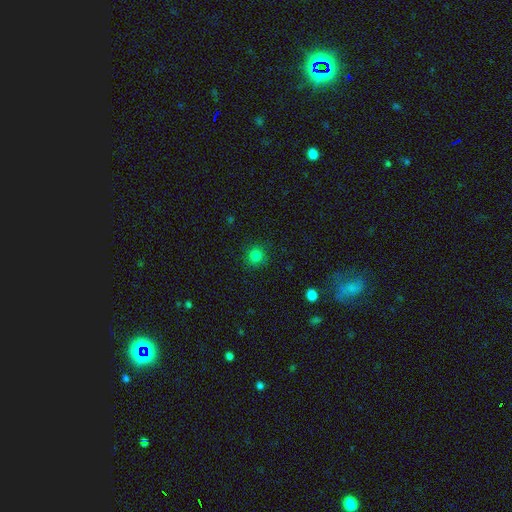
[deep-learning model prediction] smooth-or-featured: smooth: 82% | star or artifact: 13% | featured or disk: 4%
  how-rounded: round: 92% | in between: 7% | cigar-shaped: 1%
  merging: none: 88% | minor disturbance: 8% | major disturbance: 3% | merger: 1%